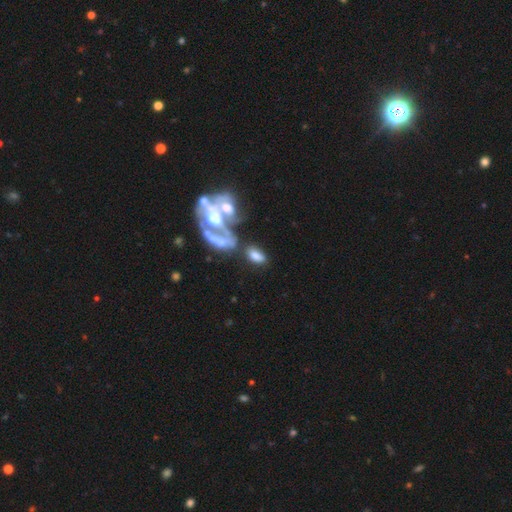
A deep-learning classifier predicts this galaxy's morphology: Smooth or featured? Predicted: smooth (p=0.65). How rounded? Predicted: in between (p=0.90). Merging? Predicted: none (p=0.42).